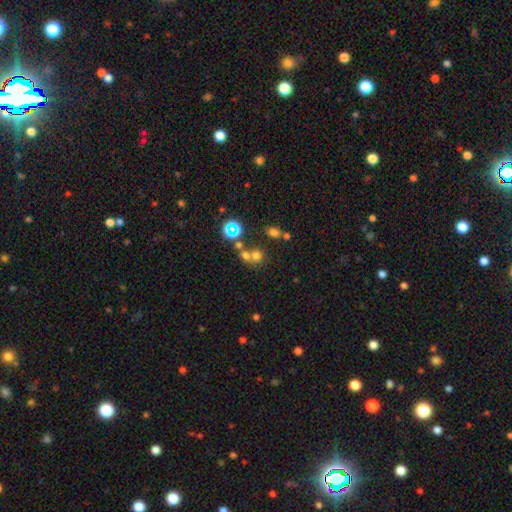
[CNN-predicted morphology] A smooth galaxy with no disk features (63%) that is round (81%).

Vote fractions:
- Smooth or featured? smooth: 63% / star or artifact: 24% / featured or disk: 13%
- How rounded? round: 81% / in between: 18% / cigar-shaped: 1%
- Merging? none: 48% / merger: 39% / minor disturbance: 8% / major disturbance: 4%